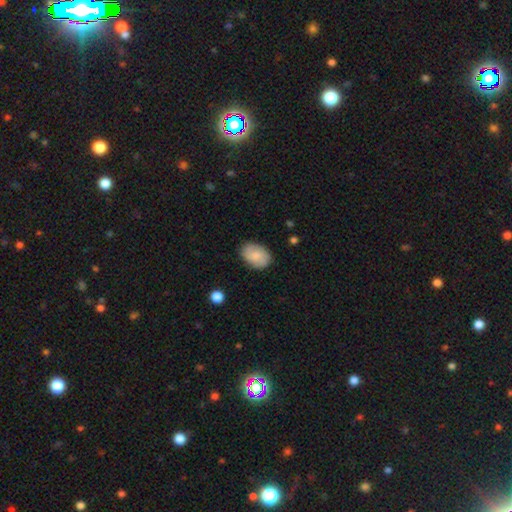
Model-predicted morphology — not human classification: The model was most divided on "how rounded": in between: 83%, round: 16%, cigar-shaped: 1%. More confident: merging — none (83%); smooth or featured — smooth (81%).